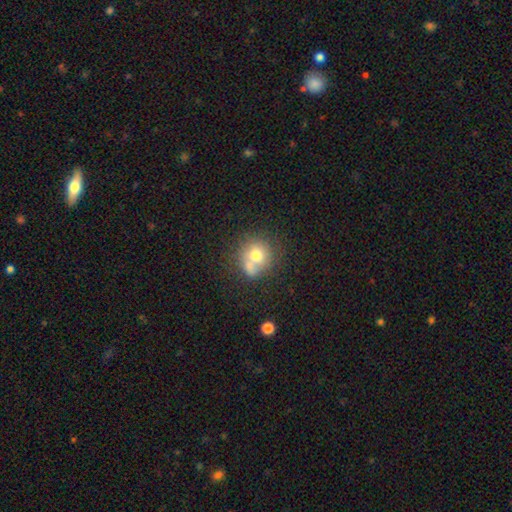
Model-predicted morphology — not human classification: The model was most divided on "merging": none: 41%, merger: 40%, minor disturbance: 14%, major disturbance: 6%. More confident: how rounded — round (83%); smooth or featured — smooth (69%).